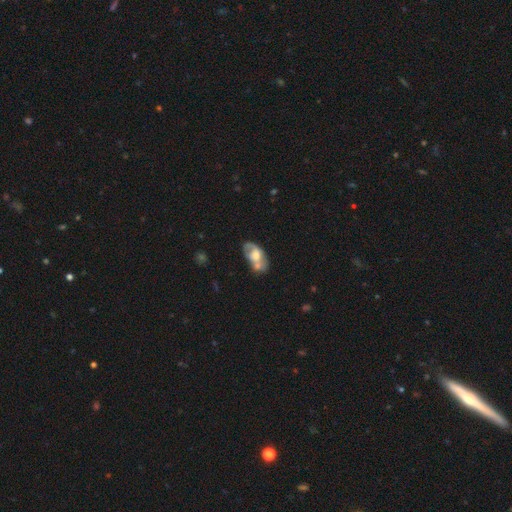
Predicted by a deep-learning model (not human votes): Q: Smooth or featured?
A: featured or disk (54%); runner-up: smooth (39%)
Q: Edge-on disk?
A: no (93%); runner-up: yes (7%)
Q: Bar?
A: no (70%); runner-up: weak (24%)
Q: Spiral arms?
A: yes (55%); runner-up: no (45%)
Q: Bulge size?
A: moderate (48%); runner-up: large (27%)
Q: Merging?
A: none (37%); runner-up: merger (32%)